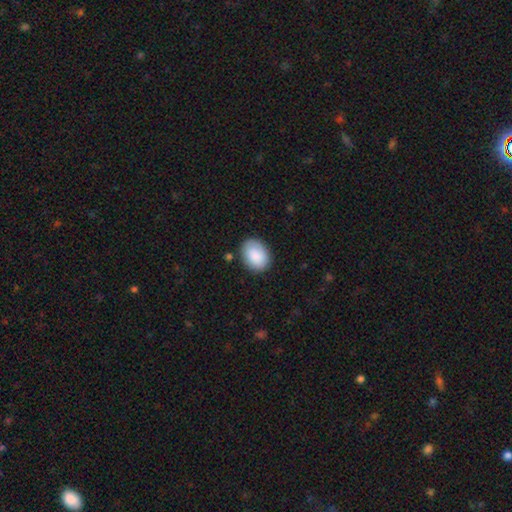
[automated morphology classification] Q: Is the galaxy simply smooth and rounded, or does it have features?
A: smooth — 88%.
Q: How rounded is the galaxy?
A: in between — 69%.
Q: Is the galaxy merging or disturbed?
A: none — 83%.